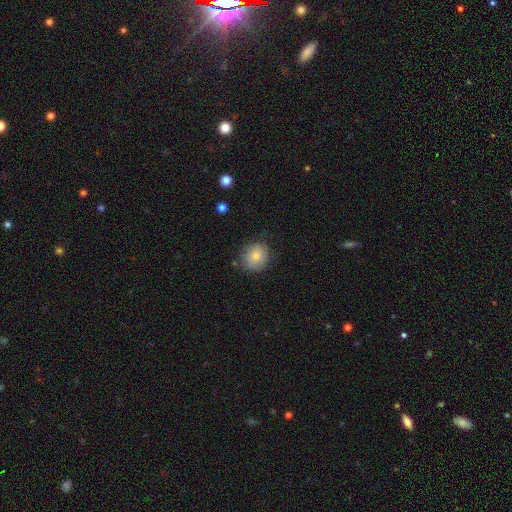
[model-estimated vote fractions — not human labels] The model was most divided on "how rounded": round: 80%, in between: 19%, cigar-shaped: 1%. More confident: merging — none (80%); smooth or featured — smooth (79%).